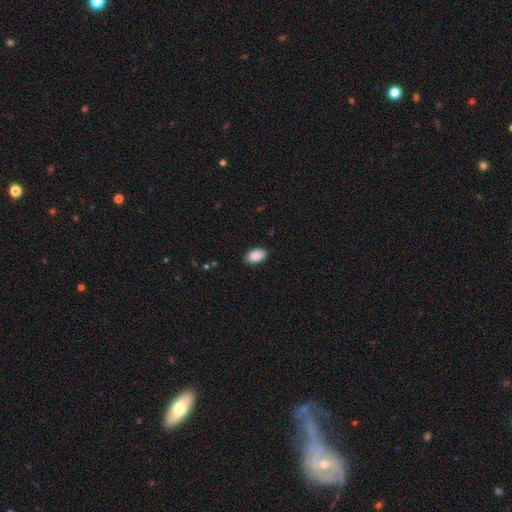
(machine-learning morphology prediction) The model was most divided on "merging": none: 86%, minor disturbance: 11%, major disturbance: 2%, merger: 1%. More confident: how rounded — in between (92%); smooth or featured — smooth (90%).